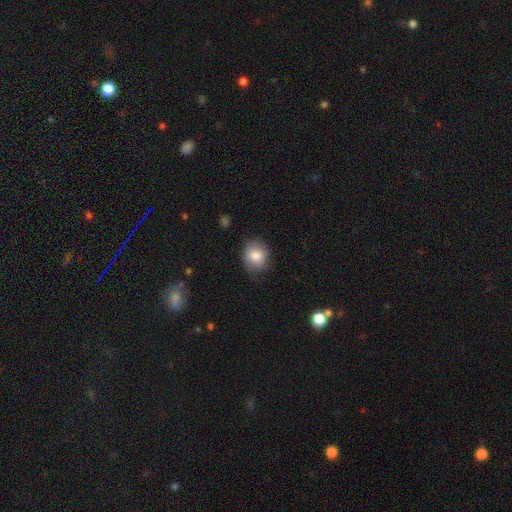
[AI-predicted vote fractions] smooth 82%, featured or disk 10%, star or artifact 8%. Down the decision tree: how rounded — round (70%); merging — none (74%).